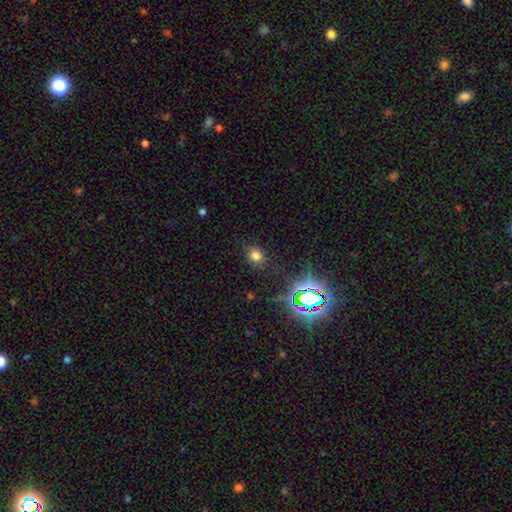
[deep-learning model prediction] Smooth or featured? smooth (69%)
How rounded? round (65%)
Merging? none (82%)